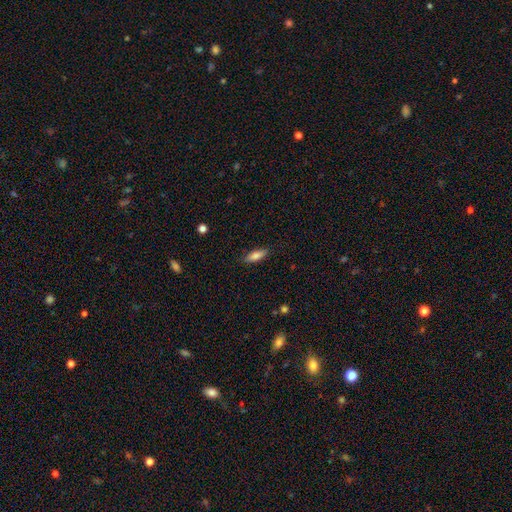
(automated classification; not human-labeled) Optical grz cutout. It shows a smooth galaxy with no disk features (80%) that is in between round and cigar-shaped (59%). Merging: none (86%).